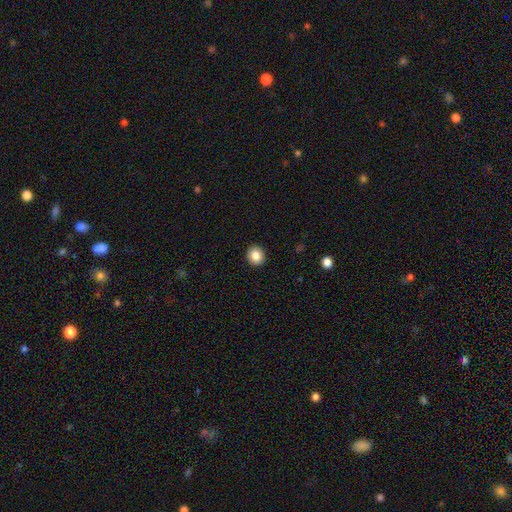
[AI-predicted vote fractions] smooth-or-featured: smooth: 86% | star or artifact: 9% | featured or disk: 5%
  how-rounded: round: 80% | in between: 19% | cigar-shaped: 1%
  merging: none: 92% | minor disturbance: 5% | major disturbance: 2% | merger: 1%